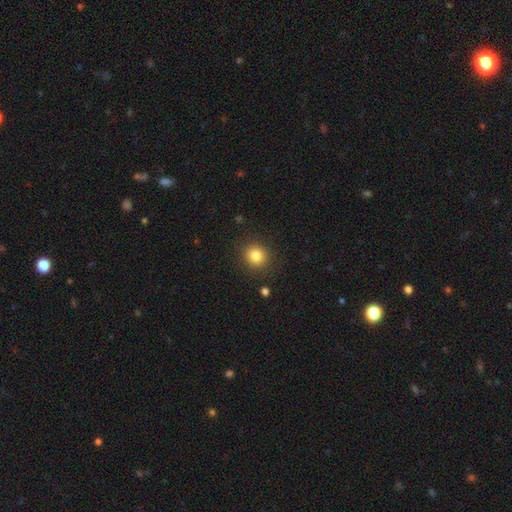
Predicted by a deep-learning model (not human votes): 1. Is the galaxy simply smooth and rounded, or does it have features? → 83% smooth, 11% star or artifact, 6% featured or disk.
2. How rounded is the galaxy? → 86% round, 13% in between, 1% cigar-shaped.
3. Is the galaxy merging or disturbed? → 88% none, 8% minor disturbance, 3% major disturbance, 1% merger.